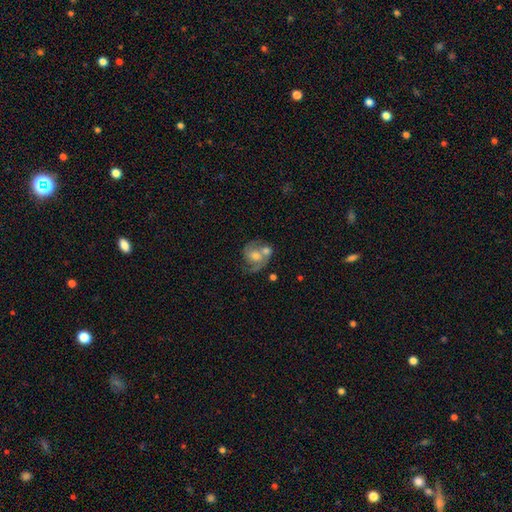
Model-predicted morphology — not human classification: featured or disk 66%, smooth 25%, star or artifact 9%. Down the decision tree: edge-on disk — no (97%); bar — no (67%); spiral arms — yes (84%); spiral arm count — 2 (70%); spiral winding — medium (49%); bulge size — moderate (60%); merging — merger (37%, tied with none).